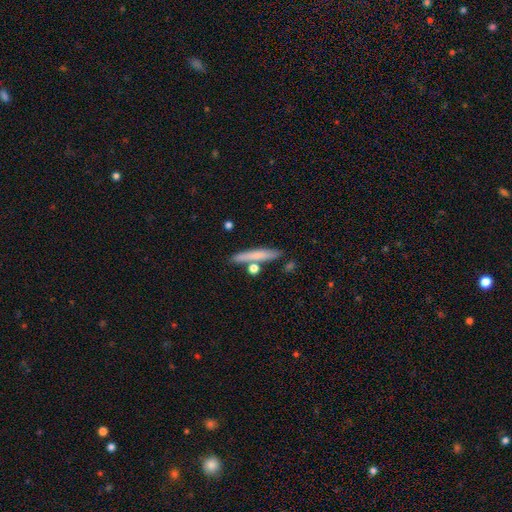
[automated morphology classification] Smooth or featured? smooth (70%)
How rounded? cigar-shaped (90%)
Merging? none (78%)